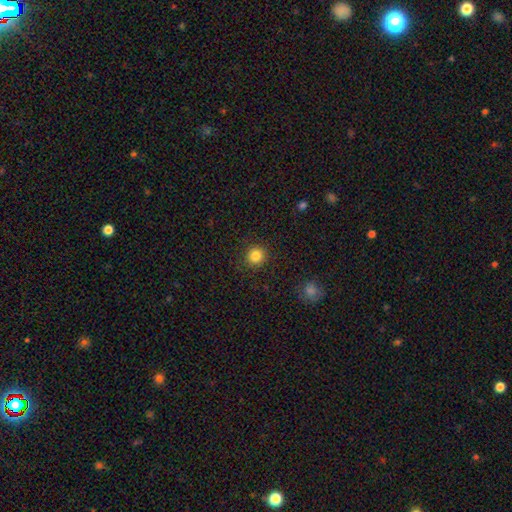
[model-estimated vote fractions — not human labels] This is clearly a smooth galaxy (84%). How rounded: clearly round (90%). Merging: clearly none (90%).